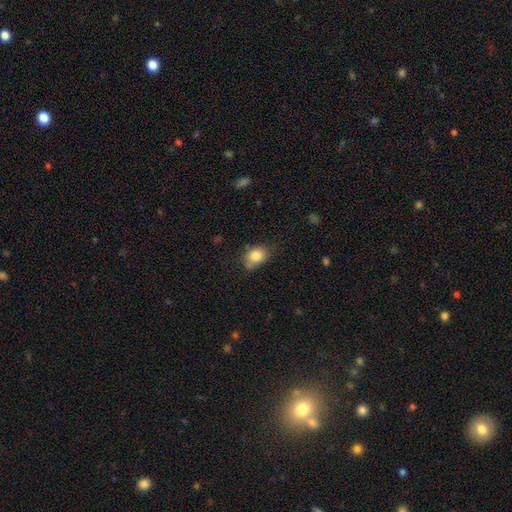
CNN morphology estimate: This appears to be a smooth galaxy with no disk features (83%) that is in between round and cigar-shaped (52%). Merging: none (59%).